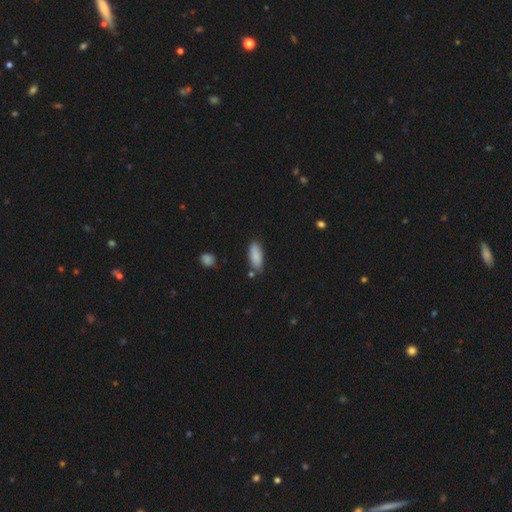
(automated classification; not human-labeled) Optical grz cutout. It shows a smooth galaxy with no disk features (87%) that is in between round and cigar-shaped (80%). Merging: none (75%).